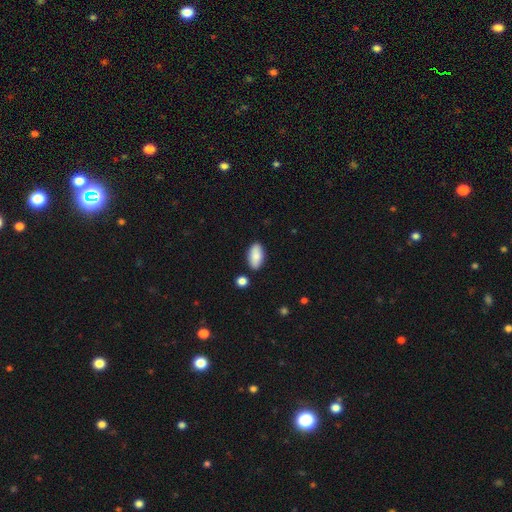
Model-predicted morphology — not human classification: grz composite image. It shows a smooth galaxy with no disk features (87%) that is in between round and cigar-shaped (93%). Merging: none (83%).